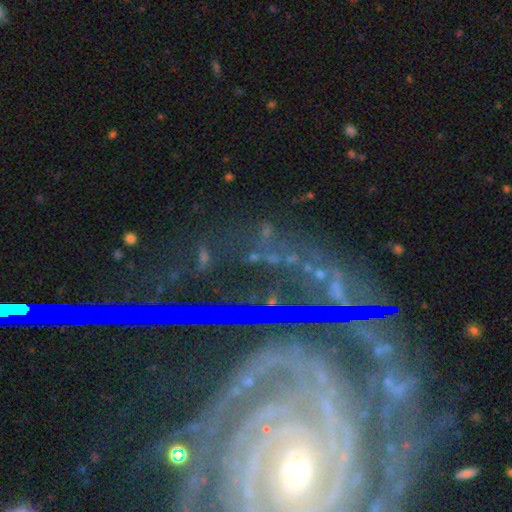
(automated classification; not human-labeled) Smooth or featured?
  - star or artifact: 69% *
  - featured or disk: 17%
  - smooth: 14%